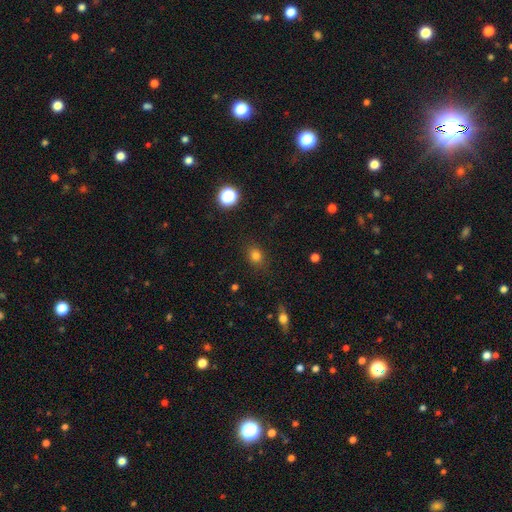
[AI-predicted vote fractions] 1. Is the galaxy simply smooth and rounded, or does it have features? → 79% smooth, 15% star or artifact, 6% featured or disk.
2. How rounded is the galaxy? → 57% round, 42% in between, 1% cigar-shaped.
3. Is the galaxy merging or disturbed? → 84% none, 11% minor disturbance, 3% major disturbance, 1% merger.